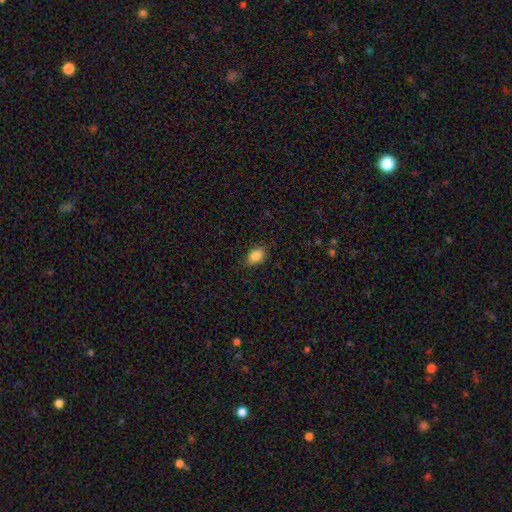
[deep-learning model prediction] smooth 85%, star or artifact 9%, featured or disk 7%. Down the decision tree: how rounded — in between (84%); merging — none (84%).